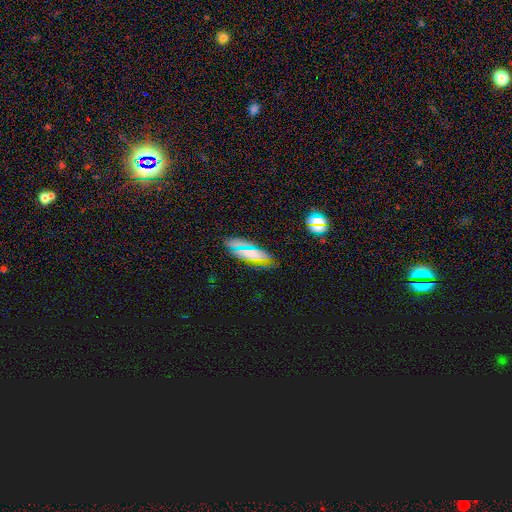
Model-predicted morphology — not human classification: smooth_or_featured: smooth (p=0.62) [alt: featured or disk p=0.20]
how_rounded: in between (p=0.71) [alt: cigar-shaped p=0.24]
merging: none (p=0.79) [alt: minor disturbance p=0.16]